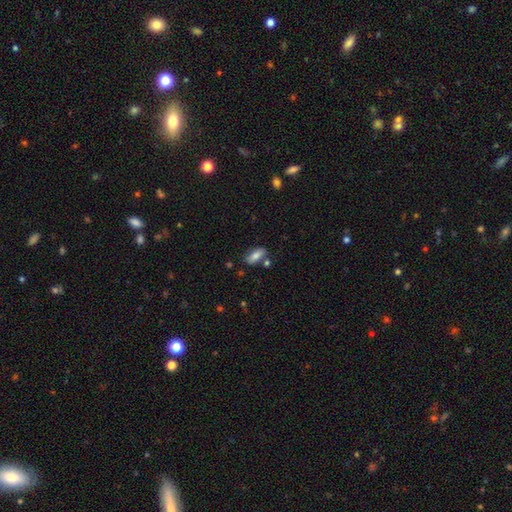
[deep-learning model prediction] This appears to be a smooth galaxy with no disk features (76%) that is in between round and cigar-shaped (78%). Merging: none (77%).